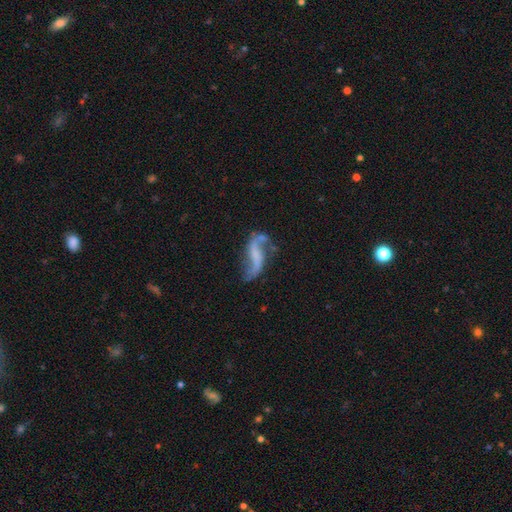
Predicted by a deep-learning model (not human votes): A featured or disk galaxy (80%) with a weak bar (36%, tied with no), 2 (90%) loose (89%) spiral arms (90%) and no central bulge (60%).

Vote fractions:
- Smooth or featured? featured or disk: 80% / smooth: 13% / star or artifact: 7%
- Edge-on disk? no: 95% / yes: 5%
- Bar? weak: 36% (tied) / no: 36% (tied) / strong: 28%
- Spiral arms? yes: 90% / no: 10%
- Spiral winding? loose: 89% / medium: 9% / tight: 2%
- Spiral arm count? 2: 90% / 1: 5% / can't tell: 3% / 3: 1% / 4: 1% / more than 4: 1%
- Bulge size? none: 60% / small: 23% / moderate: 12% / large: 4% / dominant: 1%
- Merging? none: 54% / minor disturbance: 21% / major disturbance: 17% / merger: 8%